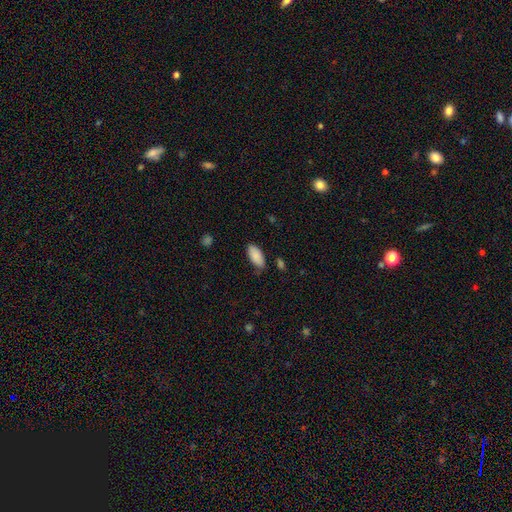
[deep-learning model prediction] The model was most divided on "merging": none: 77%, minor disturbance: 17%, major disturbance: 3%, merger: 2%. More confident: how rounded — in between (92%); smooth or featured — smooth (88%).